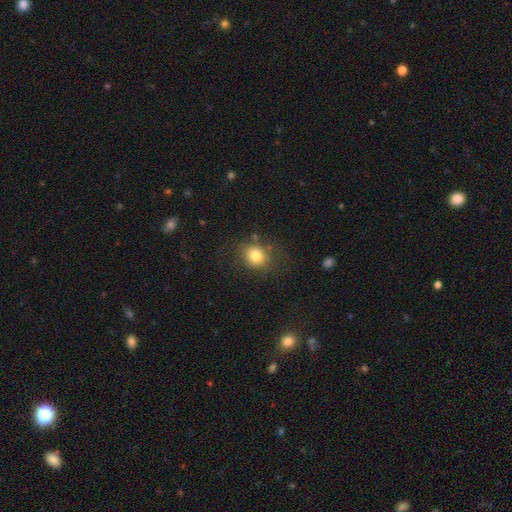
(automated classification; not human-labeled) This appears to be a smooth galaxy with no disk features (79%) that is round (66%). Merging: none (74%).